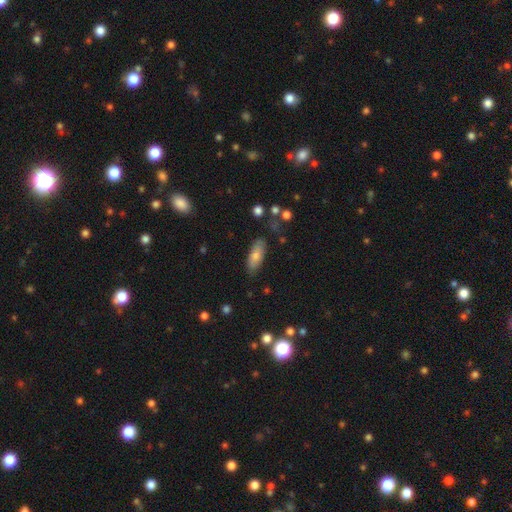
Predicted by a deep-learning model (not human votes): Smooth or featured: smooth — 77% (featured or disk — 16%)
How rounded: in between — 73% (cigar-shaped — 25%)
Merging: none — 80% (minor disturbance — 14%)